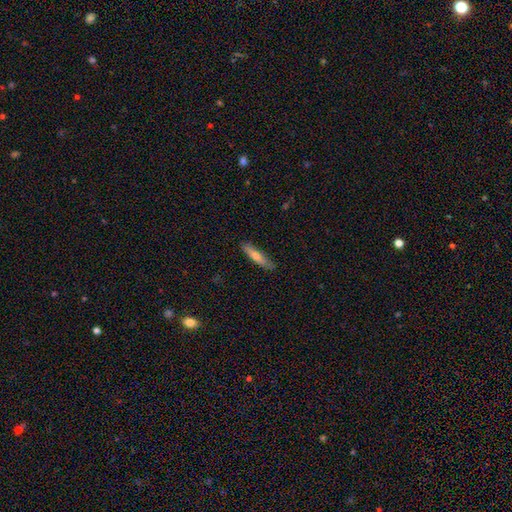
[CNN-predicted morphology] A smooth galaxy with no disk features (66%) that is cigar-shaped (86%). Merging: none (86%).